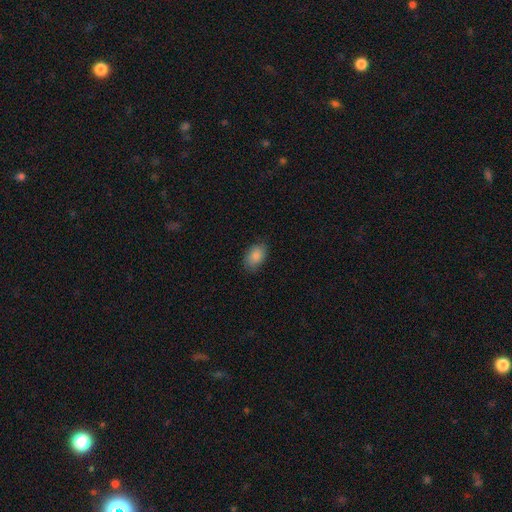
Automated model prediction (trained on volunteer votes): Smooth or featured: smooth — 87% (star or artifact — 8%)
How rounded: in between — 87% (round — 12%)
Merging: none — 84% (minor disturbance — 12%)